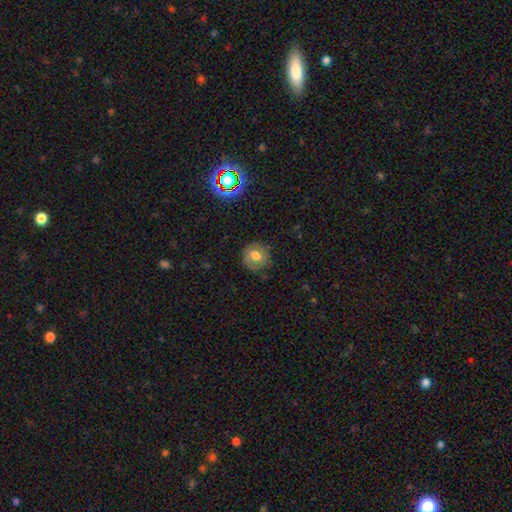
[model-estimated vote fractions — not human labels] smooth-or-featured: smooth: 62% | featured or disk: 27% | star or artifact: 12%
  how-rounded: round: 83% | in between: 16% | cigar-shaped: 1%
  merging: none: 76% | minor disturbance: 17% | major disturbance: 5% | merger: 1%